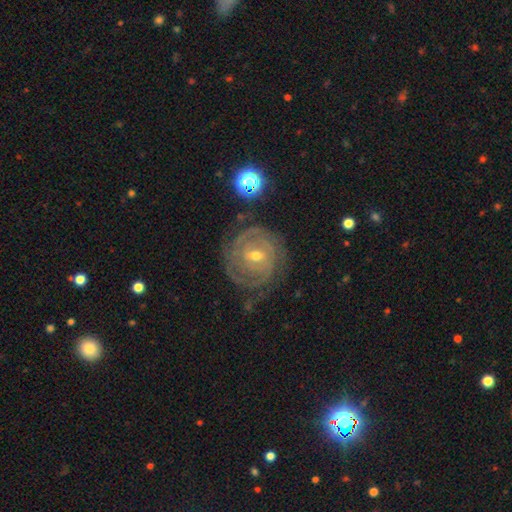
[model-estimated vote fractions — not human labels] smooth-or-featured: featured or disk: 85% | smooth: 8% | star or artifact: 7%
  disk-edge-on: no: 97% | yes: 3%
    bar: weak: 49% | no: 34% | strong: 17%
    has-spiral-arms: yes: 95% | no: 5%
      spiral-winding: tight: 79% | medium: 18% | loose: 4%
      spiral-arm-count: can't tell: 33% | 2: 25% | 3: 21% | 4: 10% | 1: 6% | more than 4: 5%
    bulge-size: moderate: 51% | small: 46% | large: 2% | none: 1% | dominant: 1%
  merging: none: 74% | minor disturbance: 17% | major disturbance: 8% | merger: 2%